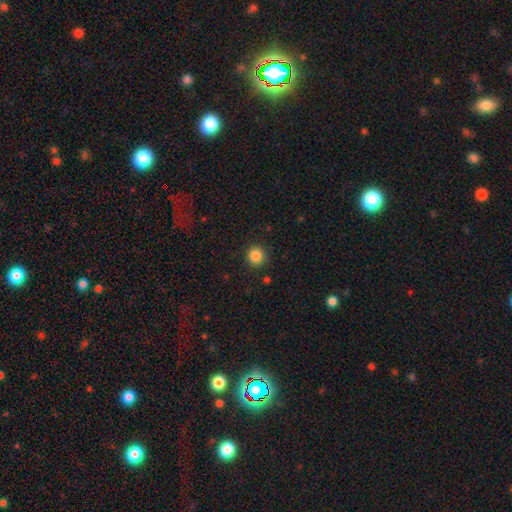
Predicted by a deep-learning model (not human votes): Overall: smooth (85%). How rounded: round (92%). Merging: none (90%).